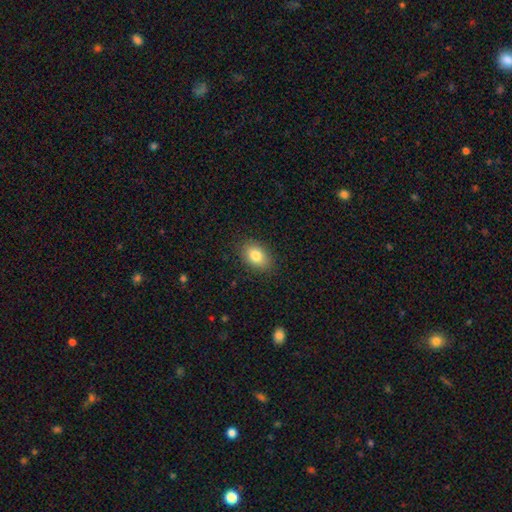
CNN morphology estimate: Smooth or featured?
  - smooth: 83% *
  - featured or disk: 9%
  - star or artifact: 8%
How rounded?
  - in between: 81% *
  - round: 18%
  - cigar-shaped: 1%
Merging?
  - none: 87% *
  - minor disturbance: 9%
  - major disturbance: 3%
  - merger: 1%